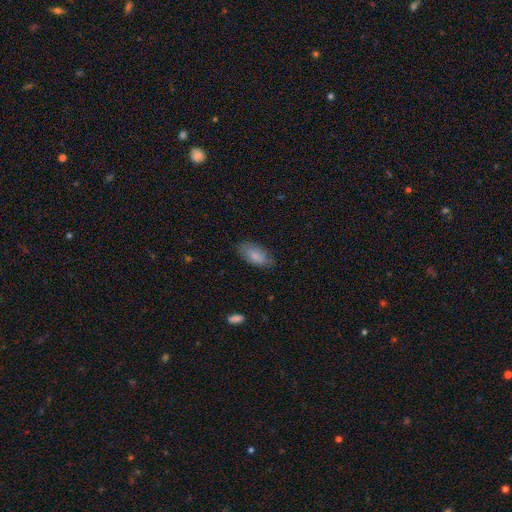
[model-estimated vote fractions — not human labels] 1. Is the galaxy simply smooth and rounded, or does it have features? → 83% smooth, 11% featured or disk, 6% star or artifact.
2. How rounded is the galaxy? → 91% in between, 7% cigar-shaped, 2% round.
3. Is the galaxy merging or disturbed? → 77% none, 18% minor disturbance, 4% major disturbance, 1% merger.